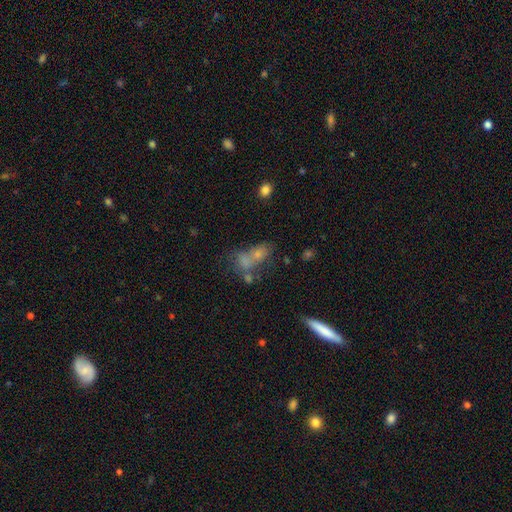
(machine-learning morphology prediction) type=smooth (57%); roundness=in between (65%); merging=merger (45%).